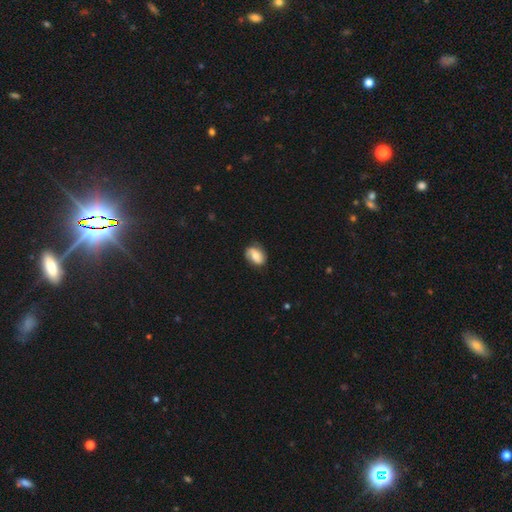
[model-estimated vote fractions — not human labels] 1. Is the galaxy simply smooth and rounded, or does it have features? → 52% smooth, 40% featured or disk, 8% star or artifact.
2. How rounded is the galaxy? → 75% in between, 23% round, 1% cigar-shaped.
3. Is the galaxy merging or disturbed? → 71% none, 22% minor disturbance, 6% major disturbance, 1% merger.